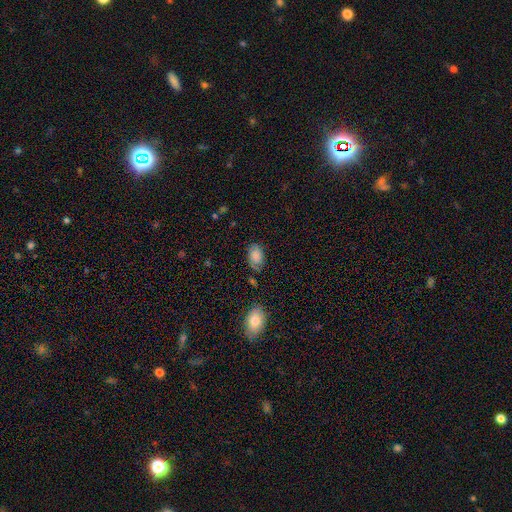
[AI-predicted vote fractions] smooth 73%, featured or disk 17%, star or artifact 10%. Down the decision tree: how rounded — in between (88%); merging — none (66%).